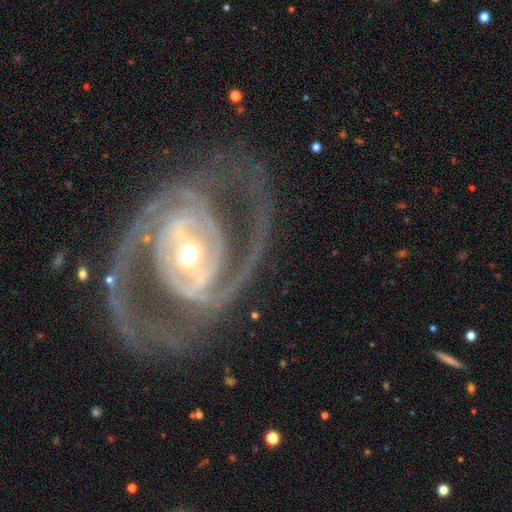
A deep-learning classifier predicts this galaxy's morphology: A featured or disk galaxy (92%) with a strong bar (48%), 2 (85%) medium (52%) spiral arms (97%) and a moderate central bulge (62%).

Vote fractions:
- Smooth or featured? featured or disk: 92% / star or artifact: 4% / smooth: 3%
- Edge-on disk? no: 97% / yes: 3%
- Bar? strong: 48% / weak: 32% / no: 20%
- Spiral arms? yes: 97% / no: 3%
- Spiral winding? medium: 52% / tight: 36% / loose: 12%
- Spiral arm count? 2: 85% / 3: 6% / can't tell: 4% / 1: 2% / 4: 2% / more than 4: 2%
- Bulge size? moderate: 62% / small: 28% / large: 8% / dominant: 1% / none: 1%
- Merging? none: 72% / minor disturbance: 14% / major disturbance: 12% / merger: 2%